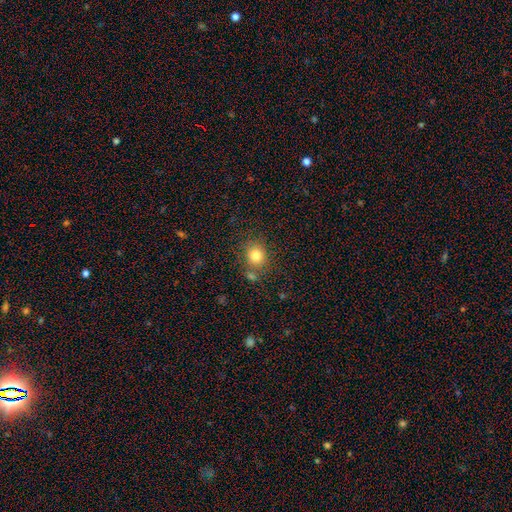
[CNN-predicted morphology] This is clearly a smooth galaxy (81%). How rounded: likely round (74%). Merging: likely none (72%).